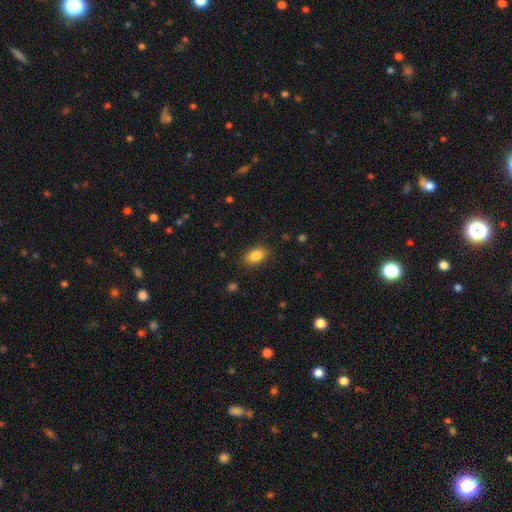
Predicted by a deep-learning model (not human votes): A smooth galaxy with no disk features (85%) that is in between round and cigar-shaped (86%).

Vote fractions:
- Smooth or featured? smooth: 85% / star or artifact: 8% / featured or disk: 6%
- How rounded? in between: 86% / round: 12% / cigar-shaped: 2%
- Merging? none: 86% / minor disturbance: 10% / major disturbance: 3% / merger: 1%